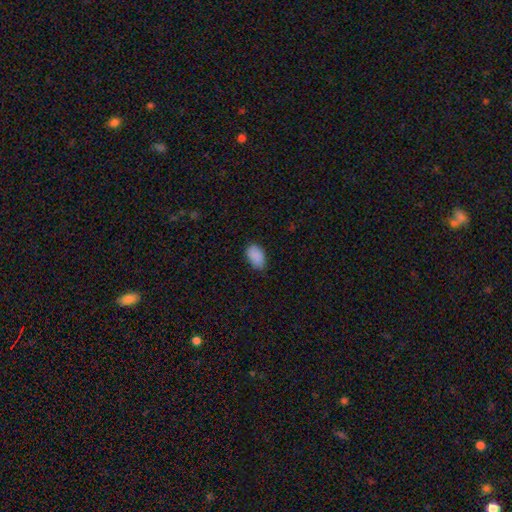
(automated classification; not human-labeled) This is clearly a smooth galaxy (89%). How rounded: clearly in between (93%). Merging: likely none (77%).